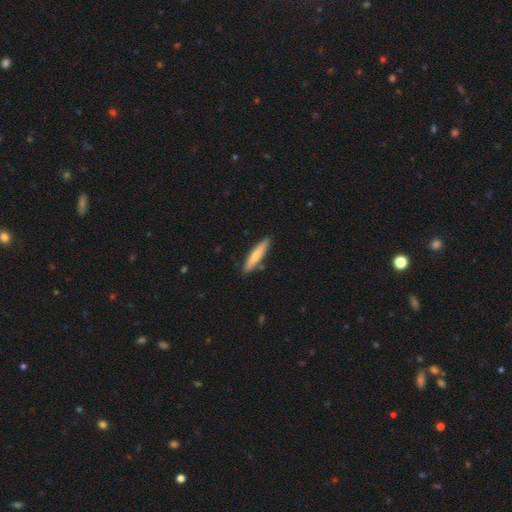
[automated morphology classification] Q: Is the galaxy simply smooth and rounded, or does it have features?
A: smooth — 73%.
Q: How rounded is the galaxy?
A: cigar-shaped — 86%.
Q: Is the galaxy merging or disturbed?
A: none — 86%.